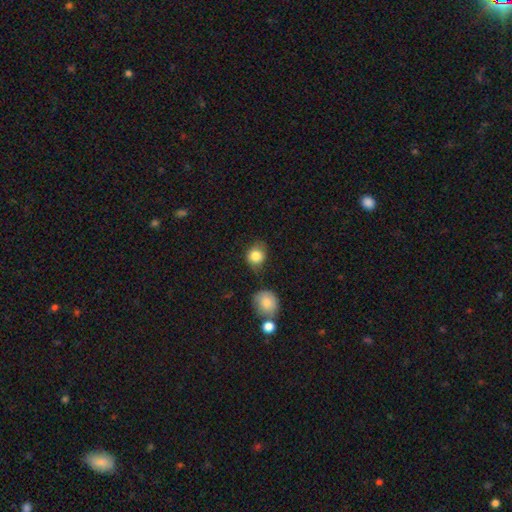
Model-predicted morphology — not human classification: type=smooth (84%); roundness=round (70%); merging=none (64%).